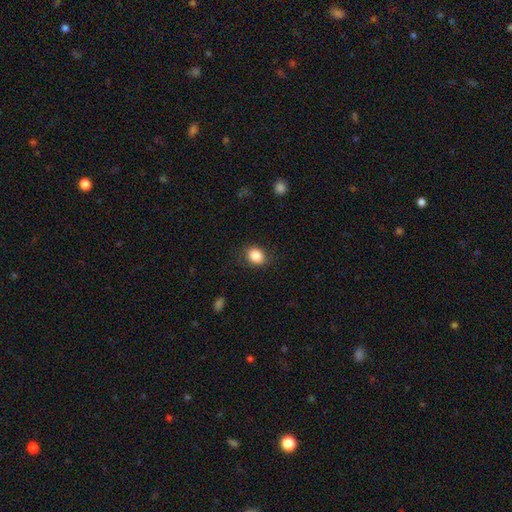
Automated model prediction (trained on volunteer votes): This appears to be a smooth galaxy with no disk features (86%) that is round (53%). Merging: none (82%).